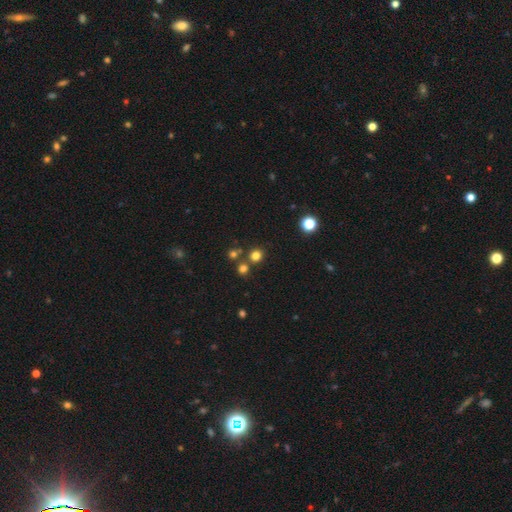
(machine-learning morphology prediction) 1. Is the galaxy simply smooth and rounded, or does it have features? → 74% smooth, 20% star or artifact, 6% featured or disk.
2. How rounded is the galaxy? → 89% round, 10% in between, 1% cigar-shaped.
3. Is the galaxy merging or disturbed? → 76% none, 15% merger, 7% minor disturbance, 3% major disturbance.